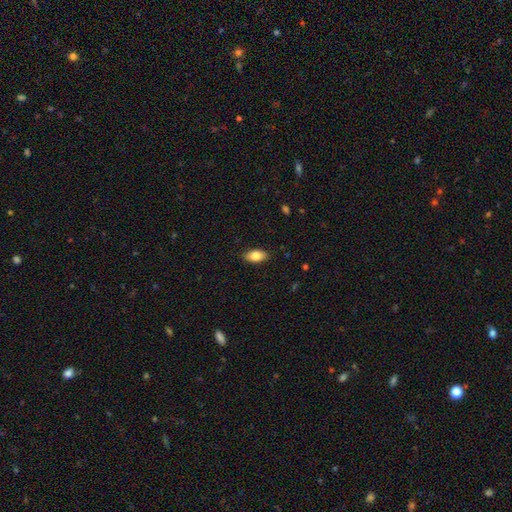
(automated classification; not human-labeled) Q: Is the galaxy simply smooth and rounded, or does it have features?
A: smooth — 82%.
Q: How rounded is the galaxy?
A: in between — 91%.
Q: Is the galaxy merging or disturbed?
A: none — 88%.